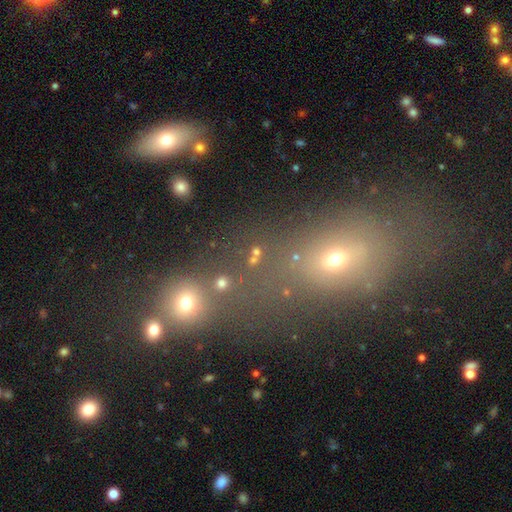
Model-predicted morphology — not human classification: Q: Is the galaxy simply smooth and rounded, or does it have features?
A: smooth — 59%.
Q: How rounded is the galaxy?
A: round — 57%.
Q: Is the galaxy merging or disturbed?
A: none — 59%.